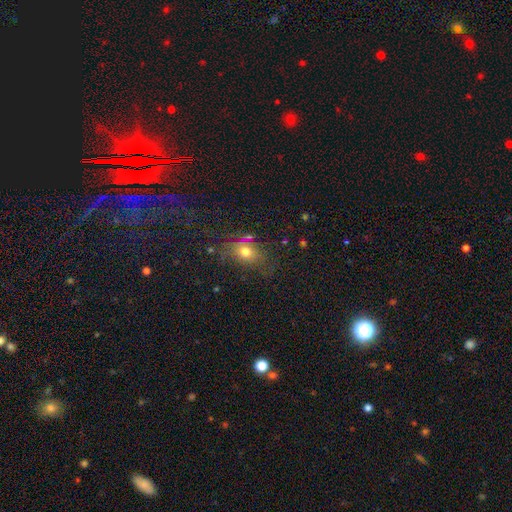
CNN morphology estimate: type=smooth (62%); roundness=in between (51%); merging=none (68%).